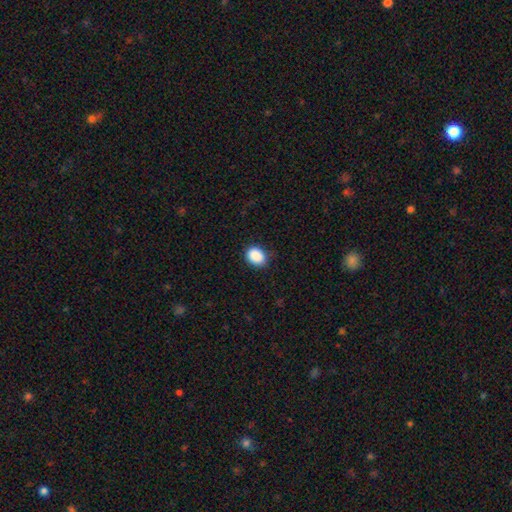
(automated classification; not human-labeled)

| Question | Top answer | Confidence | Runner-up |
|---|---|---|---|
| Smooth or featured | smooth | 89% | star or artifact (8%) |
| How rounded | in between | 63% | round (36%) |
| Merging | none | 85% | minor disturbance (12%) |